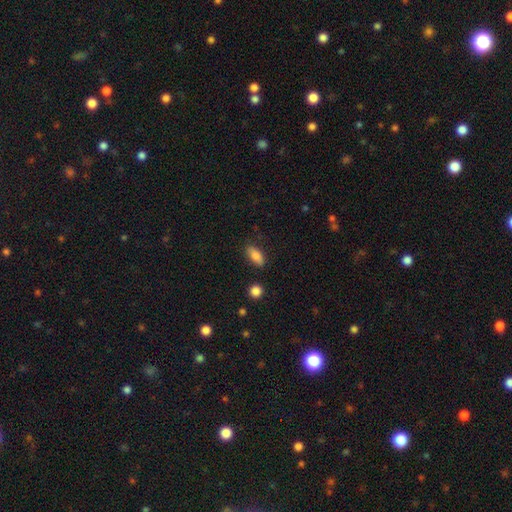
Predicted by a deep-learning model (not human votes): Morphology: type=smooth (85%); roundness=in between (86%); merging=none (82%).